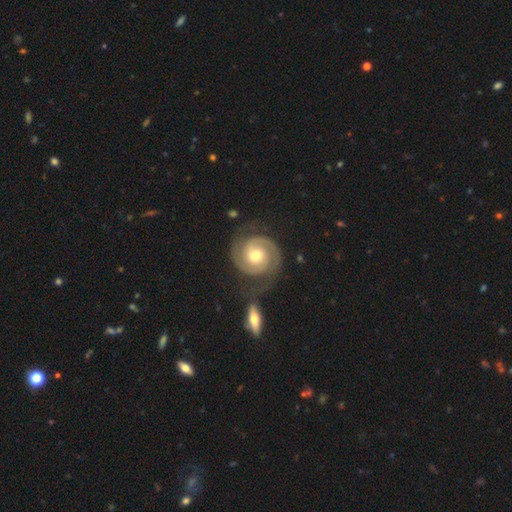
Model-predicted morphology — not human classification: This is clearly a featured or disk galaxy (89%). It is clearly not viewed edge-on (98%). Bar: likely no (60%). Spiral arm pattern: clearly yes (98%). Spiral arm count: clearly 2 (91%). Spiral winding: likely tight (65%). Central bulge: likely moderate (71%). Merging: likely none (71%).